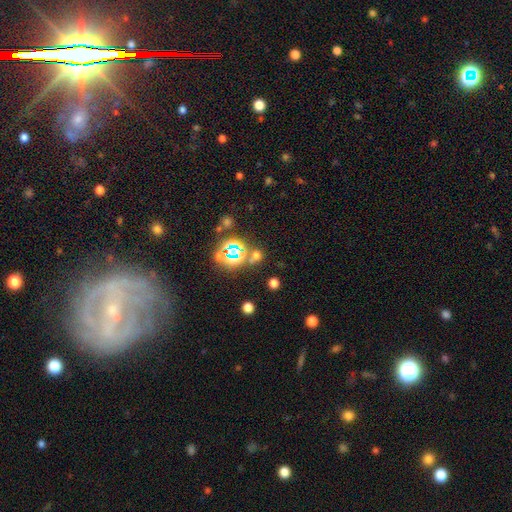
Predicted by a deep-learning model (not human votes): Overall: star or artifact (49%; smooth 44%).